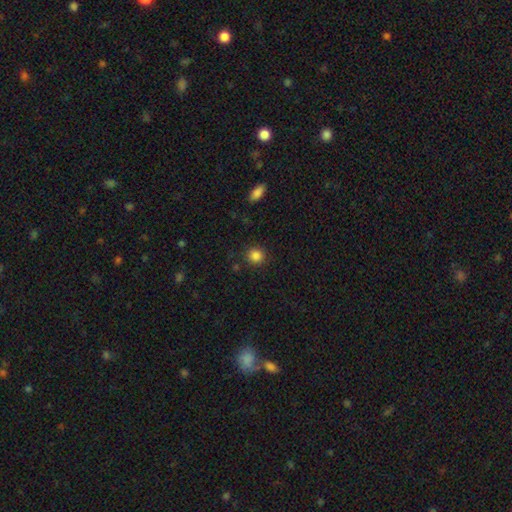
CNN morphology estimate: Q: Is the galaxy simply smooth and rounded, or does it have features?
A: smooth — 86%.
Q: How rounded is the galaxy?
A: round — 90%.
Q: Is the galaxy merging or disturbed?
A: none — 89%.